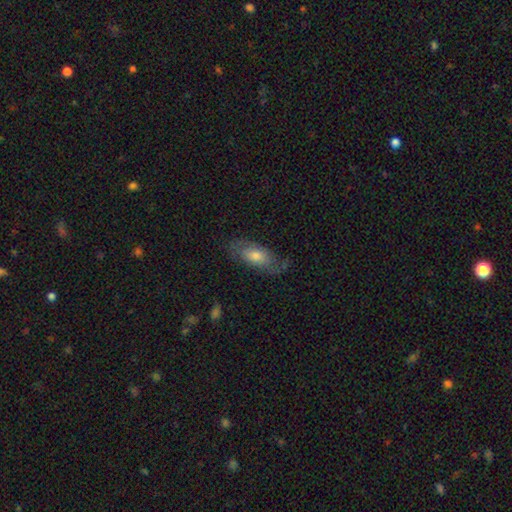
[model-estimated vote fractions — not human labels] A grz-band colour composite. It shows a smooth galaxy with no disk features (50%) that is in between round and cigar-shaped (82%). Merging: none (69%).